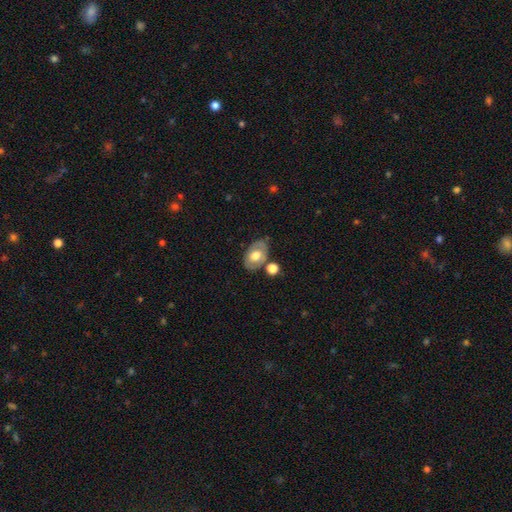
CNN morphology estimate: smooth_or_featured: smooth (p=0.55) [alt: featured or disk p=0.38]
how_rounded: in between (p=0.84) [alt: round p=0.14]
merging: none (p=0.59) [alt: minor disturbance p=0.19]